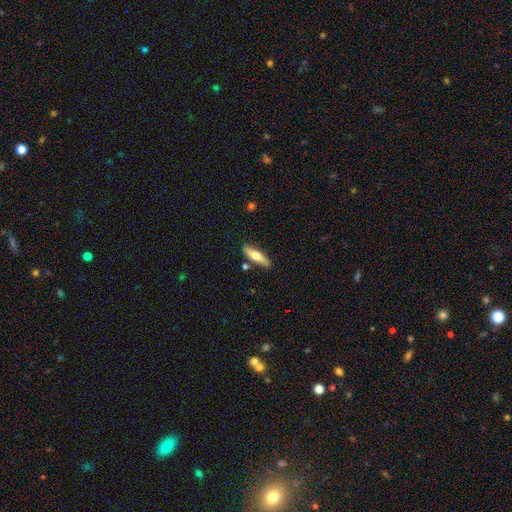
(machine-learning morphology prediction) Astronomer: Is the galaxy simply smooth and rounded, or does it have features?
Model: smooth — 55% (runner-up: featured or disk, 40%).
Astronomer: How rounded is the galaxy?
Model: cigar-shaped — 69%.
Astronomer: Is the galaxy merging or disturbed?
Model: none — 80%.